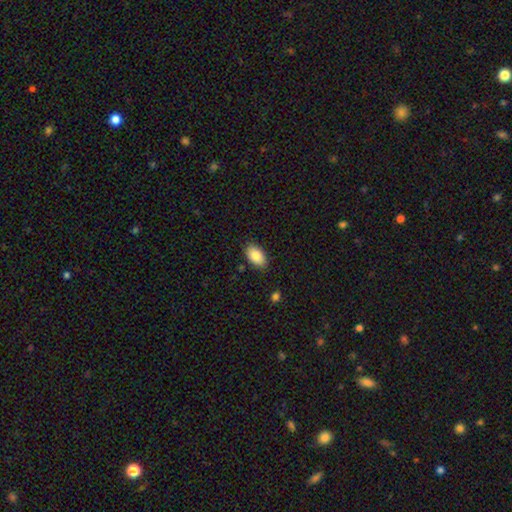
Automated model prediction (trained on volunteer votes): smooth-or-featured: smooth: 85% | featured or disk: 8% | star or artifact: 7%
  how-rounded: in between: 94% | round: 4% | cigar-shaped: 2%
  merging: none: 86% | minor disturbance: 11% | major disturbance: 2% | merger: 1%